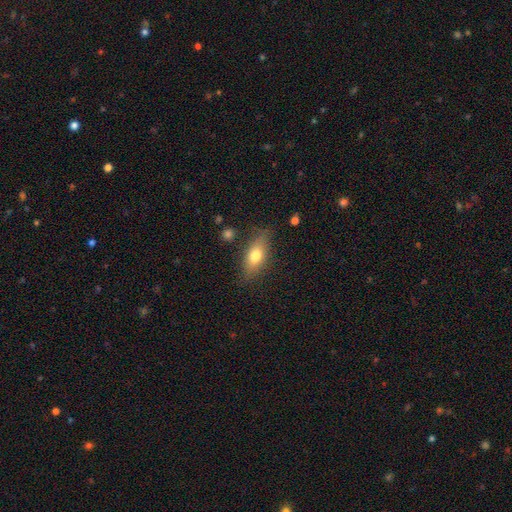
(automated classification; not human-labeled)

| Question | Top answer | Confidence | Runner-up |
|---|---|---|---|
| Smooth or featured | smooth | 69% | featured or disk (23%) |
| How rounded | in between | 75% | cigar-shaped (20%) |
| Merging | none | 79% | minor disturbance (16%) |